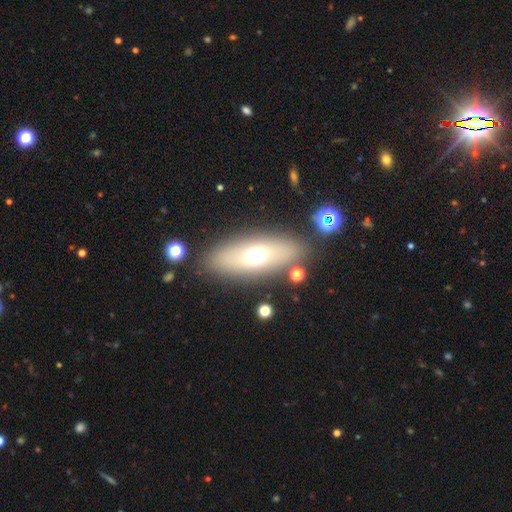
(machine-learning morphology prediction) This is possibly a smooth galaxy (59%). How rounded: likely in between (65%). Merging: clearly none (84%).